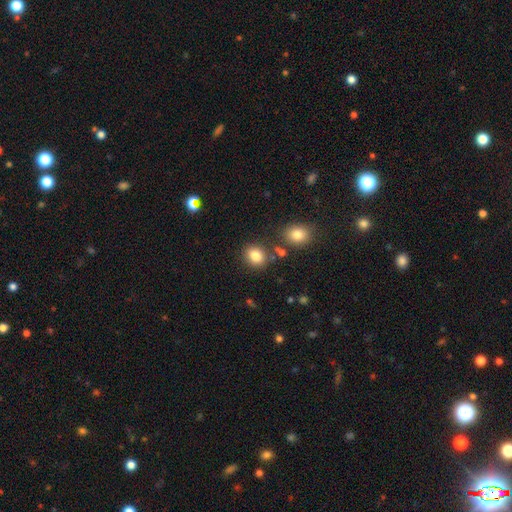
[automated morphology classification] smooth_or_featured: smooth (p=0.84) [alt: star or artifact p=0.10]
how_rounded: round (p=0.59) [alt: in between p=0.41]
merging: none (p=0.79) [alt: minor disturbance p=0.10]